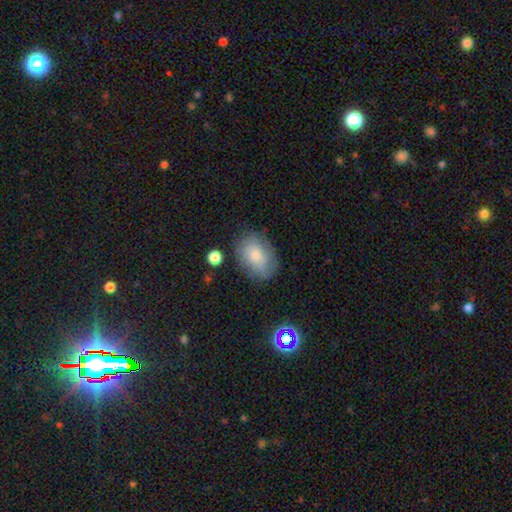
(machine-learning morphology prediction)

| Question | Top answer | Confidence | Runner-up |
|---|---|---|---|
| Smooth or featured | smooth | 72% | featured or disk (20%) |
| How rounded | in between | 79% | round (20%) |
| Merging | none | 69% | minor disturbance (21%) |